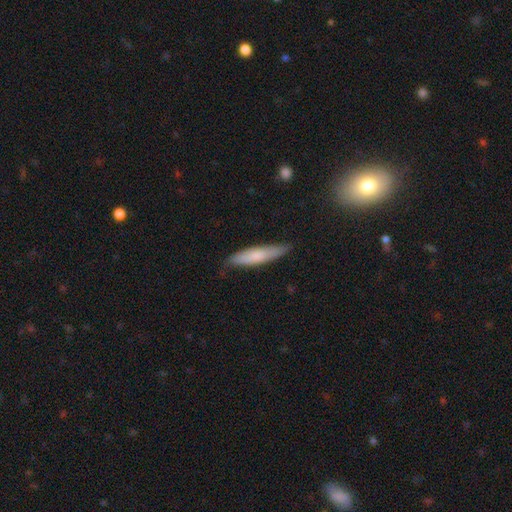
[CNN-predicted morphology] This is likely a smooth galaxy (70%). How rounded: clearly cigar-shaped (83%). Merging: likely none (80%).